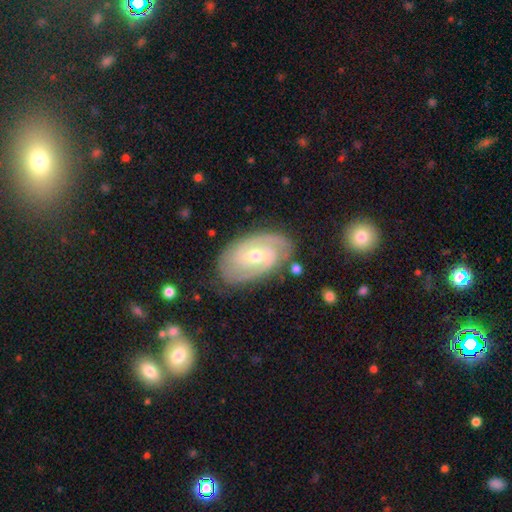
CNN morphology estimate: This appears to be a featured or disk galaxy (85%) with a weak bar (45%), 2 (54%) tight (67%) spiral arms (95%) and a moderate central bulge (55%). Merging: none (78%).